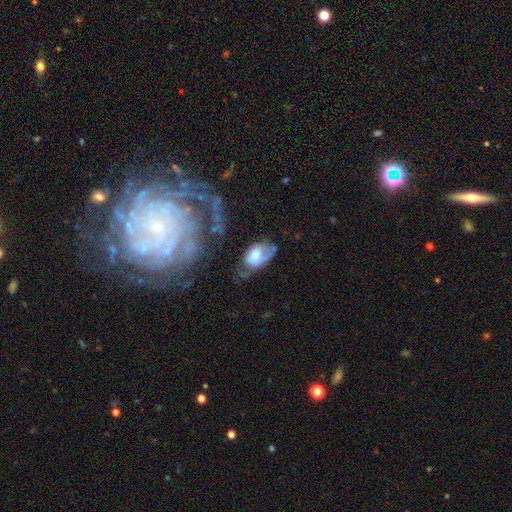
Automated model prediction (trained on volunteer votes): Overall: smooth (57%; featured or disk 36%). How rounded: in between (89%). Merging: none (35%, tied with minor disturbance).